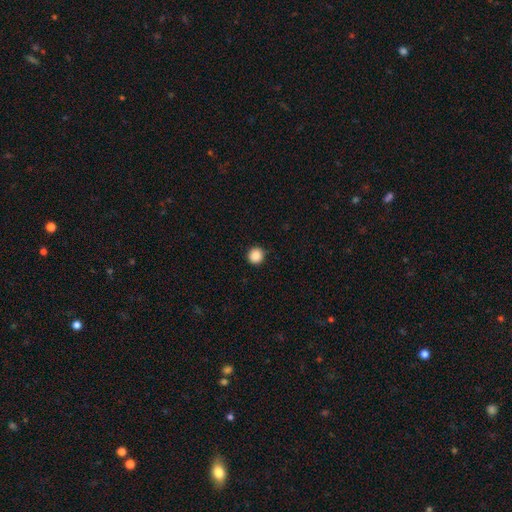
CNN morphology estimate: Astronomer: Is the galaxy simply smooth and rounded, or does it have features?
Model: smooth — 88%.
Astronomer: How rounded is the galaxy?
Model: round — 94%.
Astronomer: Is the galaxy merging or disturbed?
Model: none — 92%.